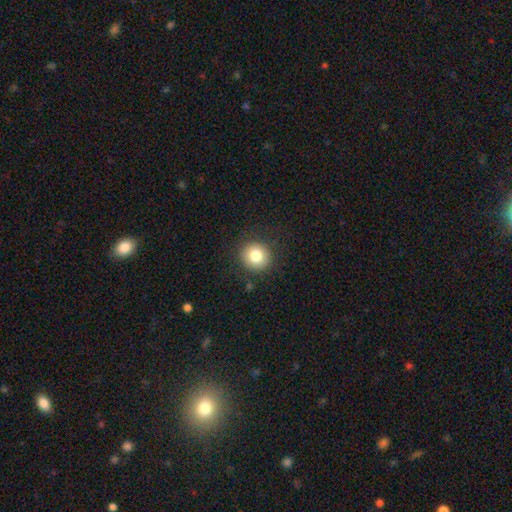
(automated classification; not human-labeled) The model was most divided on "smooth or featured": smooth: 81%, star or artifact: 10%, featured or disk: 9%. More confident: how rounded — round (92%); merging — none (88%).